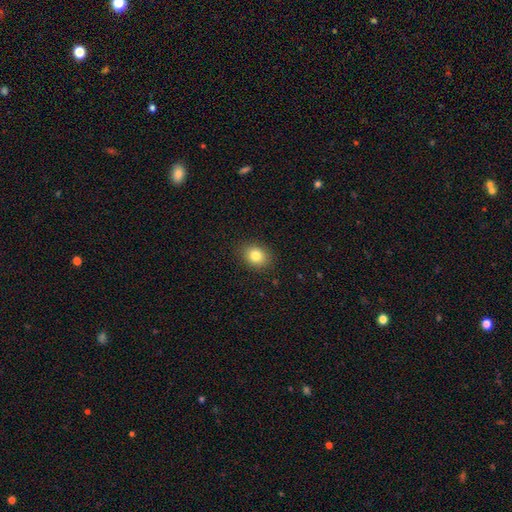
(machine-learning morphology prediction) The model was most divided on "how rounded": in between: 53%, round: 46%, cigar-shaped: 1%. More confident: merging — none (88%); smooth or featured — smooth (82%).